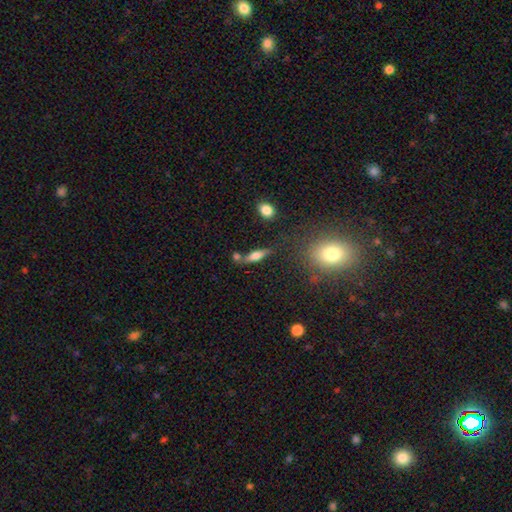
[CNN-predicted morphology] Smooth or featured?
  - smooth: 54% *
  - featured or disk: 37%
  - star or artifact: 9%
How rounded?
  - cigar-shaped: 52% *
  - in between: 44%
  - round: 5%
Merging?
  - none: 65% *
  - merger: 15%
  - minor disturbance: 14%
  - major disturbance: 5%